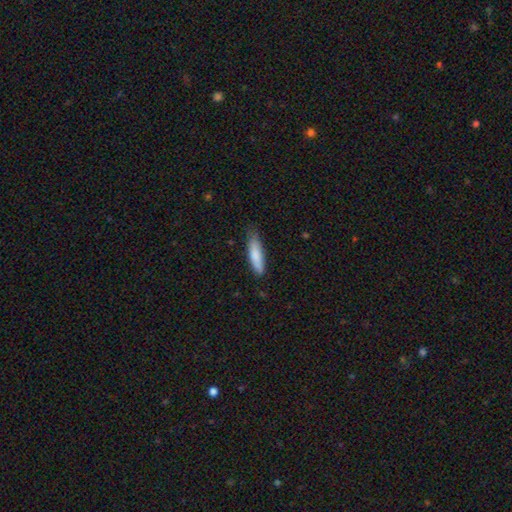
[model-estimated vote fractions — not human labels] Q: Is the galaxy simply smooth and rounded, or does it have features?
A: smooth — 84%.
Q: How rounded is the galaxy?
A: cigar-shaped — 69%.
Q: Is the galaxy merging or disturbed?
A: none — 72%.